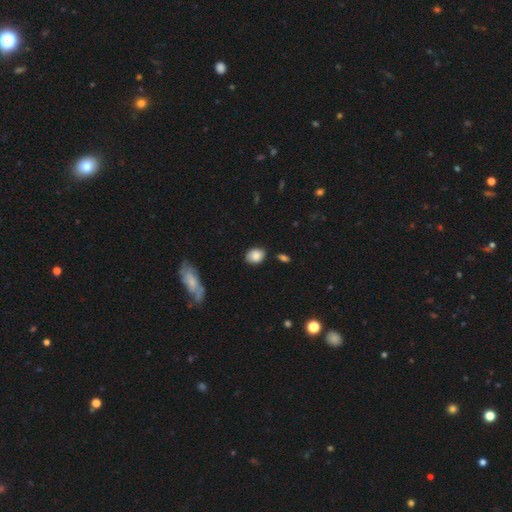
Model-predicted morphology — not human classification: Smooth or featured?
  - smooth: 85% *
  - star or artifact: 8%
  - featured or disk: 7%
How rounded?
  - in between: 67% *
  - round: 31%
  - cigar-shaped: 1%
Merging?
  - none: 78% *
  - minor disturbance: 16%
  - major disturbance: 3%
  - merger: 3%